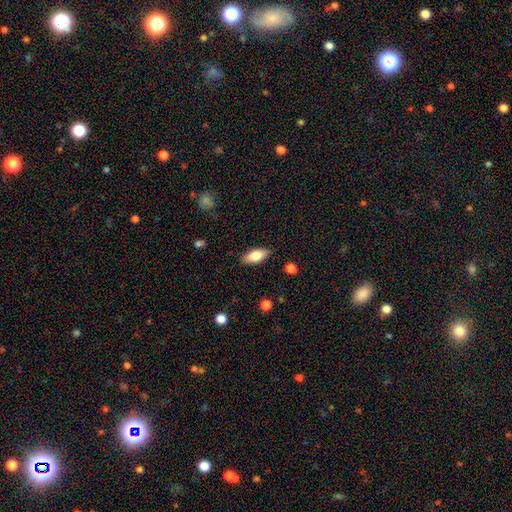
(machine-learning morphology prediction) smooth_or_featured: smooth (p=0.74) [alt: featured or disk p=0.19]
how_rounded: in between (p=0.84) [alt: cigar-shaped p=0.13]
merging: none (p=0.86) [alt: minor disturbance p=0.10]